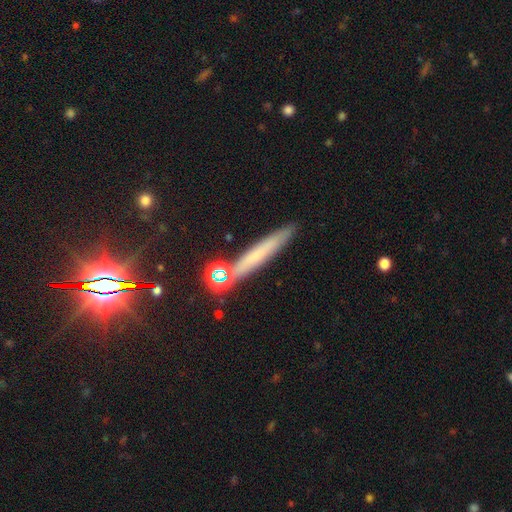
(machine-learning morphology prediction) Smooth or featured? smooth (54%)
How rounded? cigar-shaped (92%)
Merging? none (79%)